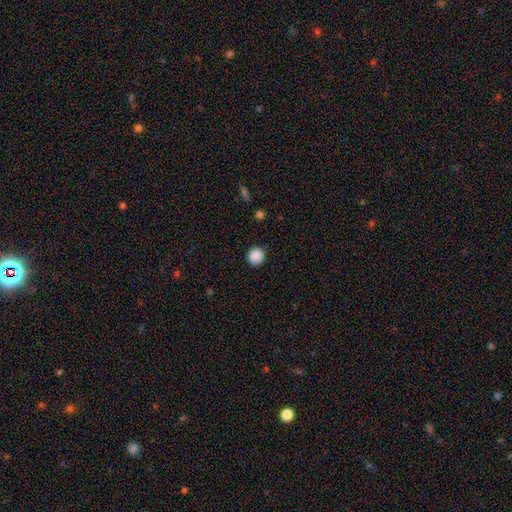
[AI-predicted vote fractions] Smooth or featured? smooth (89%)
How rounded? round (93%)
Merging? none (91%)